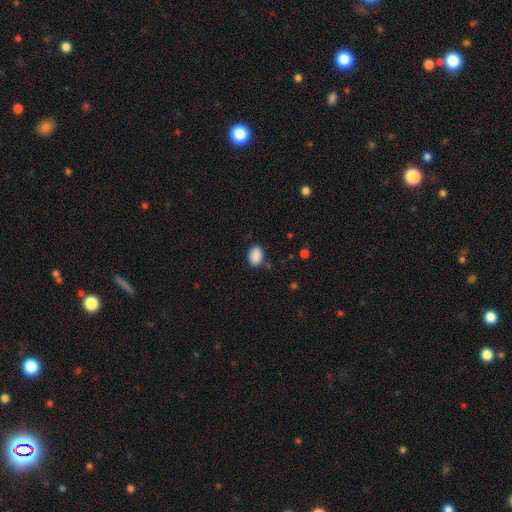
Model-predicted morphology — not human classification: This is clearly a smooth galaxy (89%). How rounded: clearly in between (82%). Merging: clearly none (84%).